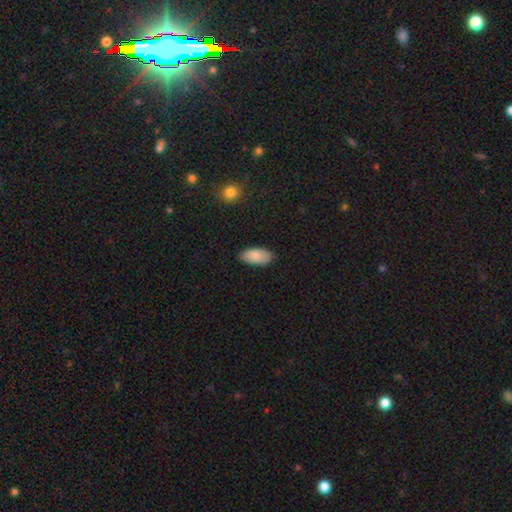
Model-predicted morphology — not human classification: This is clearly a smooth galaxy (86%). How rounded: clearly in between (94%). Merging: clearly none (82%).